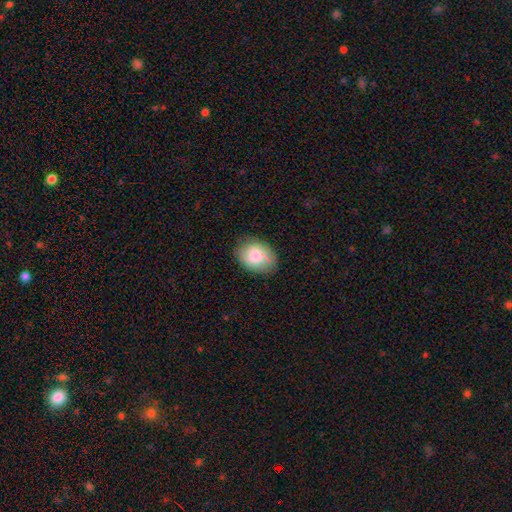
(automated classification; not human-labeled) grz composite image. It shows a smooth galaxy with no disk features (76%) that is in between round and cigar-shaped (63%). Merging: none (77%).